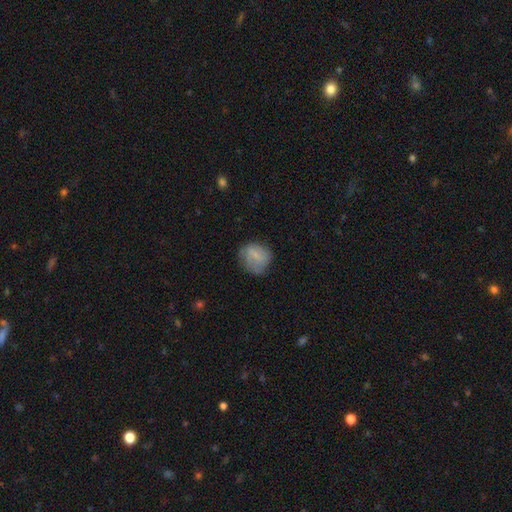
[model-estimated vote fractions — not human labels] Smooth or featured: smooth — 62% (featured or disk — 29%)
How rounded: round — 73% (in between — 25%)
Merging: none — 62% (minor disturbance — 25%)